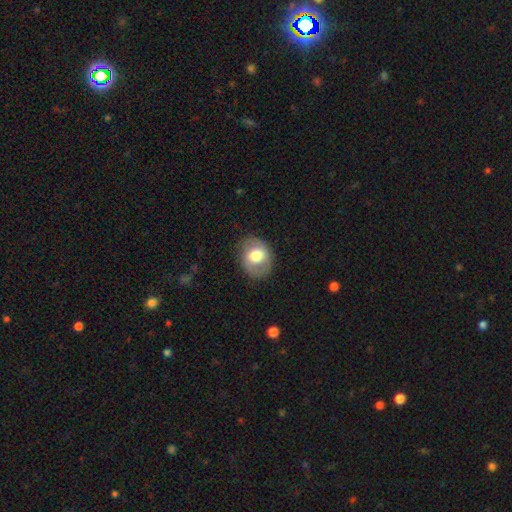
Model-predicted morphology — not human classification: Smooth or featured: smooth — 58% (featured or disk — 35%)
How rounded: in between — 53% (round — 46%)
Merging: none — 76% (minor disturbance — 16%)